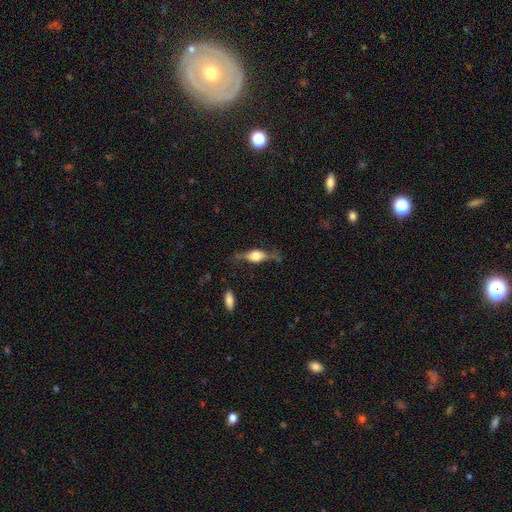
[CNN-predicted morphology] smooth_or_featured: featured or disk (p=0.60) [alt: smooth p=0.33]
disk_edge_on: yes (p=0.88) [alt: no p=0.12]
edge_on_bulge: rounded (p=0.87) [alt: boxy p=0.11]
merging: none (p=0.62) [alt: minor disturbance p=0.23]